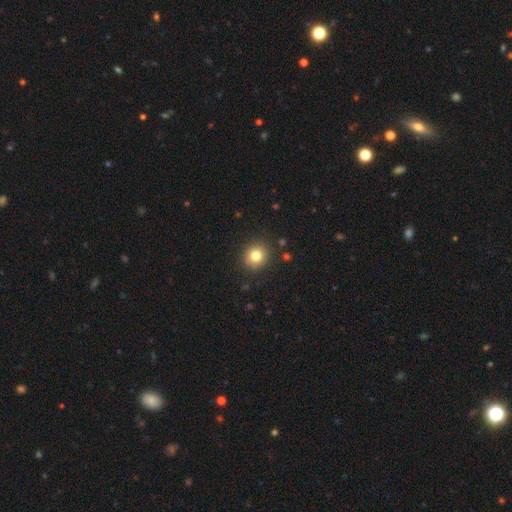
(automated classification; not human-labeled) A smooth galaxy with no disk features (80%) that is round (86%).

Vote fractions:
- Smooth or featured? smooth: 80% / star or artifact: 12% / featured or disk: 8%
- How rounded? round: 86% / in between: 13% / cigar-shaped: 1%
- Merging? none: 89% / minor disturbance: 8% / major disturbance: 2% / merger: 2%